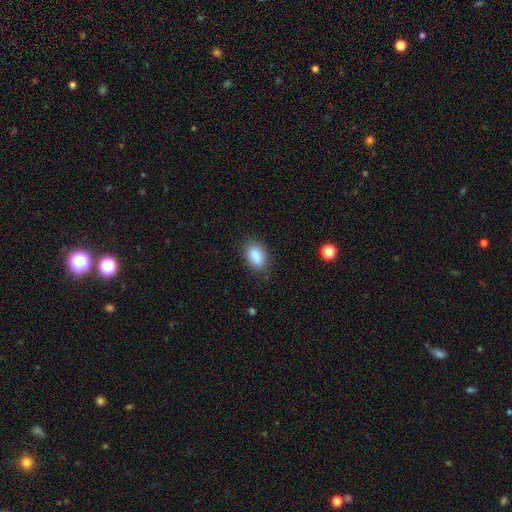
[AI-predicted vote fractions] Q: Smooth or featured?
A: smooth (87%); runner-up: star or artifact (8%)
Q: How rounded?
A: in between (88%); runner-up: round (10%)
Q: Merging?
A: none (82%); runner-up: minor disturbance (13%)